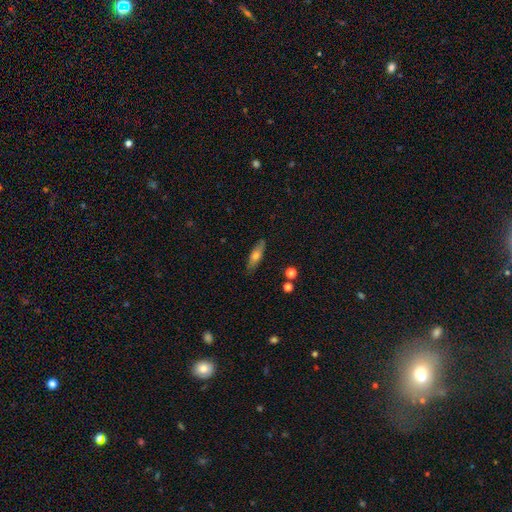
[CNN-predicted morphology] This is likely a smooth galaxy (64%). How rounded: possibly cigar-shaped (52%). Merging: clearly none (84%).